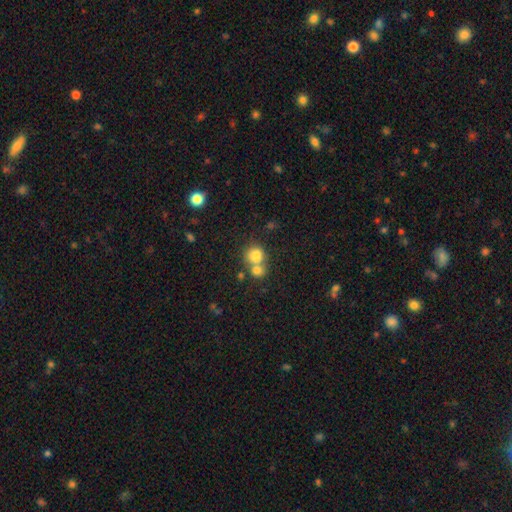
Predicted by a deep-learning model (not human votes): Morphology: type=smooth (78%); roundness=round (81%); merging=merger (52%).